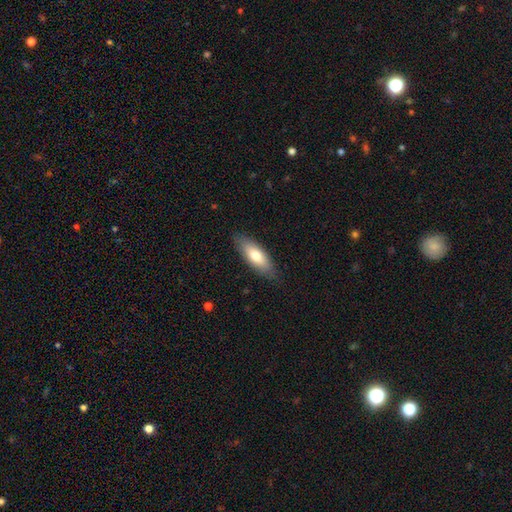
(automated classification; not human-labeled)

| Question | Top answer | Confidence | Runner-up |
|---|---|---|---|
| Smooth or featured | smooth | 73% | featured or disk (21%) |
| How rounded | in between | 69% | cigar-shaped (29%) |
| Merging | none | 84% | minor disturbance (13%) |